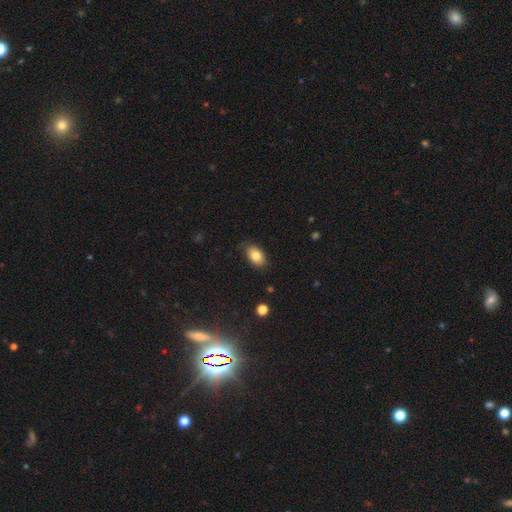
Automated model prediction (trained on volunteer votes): Smooth or featured: smooth — 81% (featured or disk — 11%)
How rounded: in between — 89% (round — 10%)
Merging: none — 80% (minor disturbance — 16%)